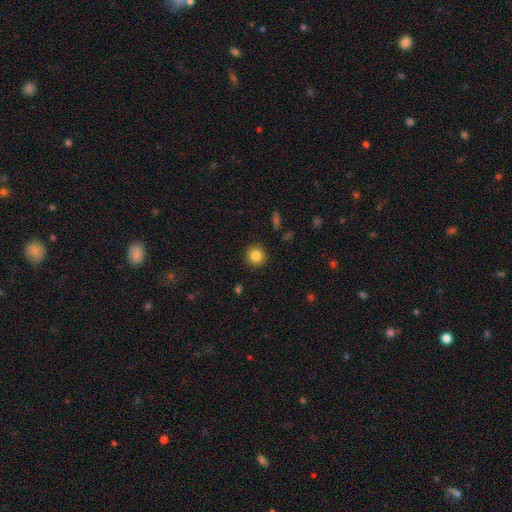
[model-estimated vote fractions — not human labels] Morphology: type=smooth (83%); roundness=round (93%); merging=none (91%).